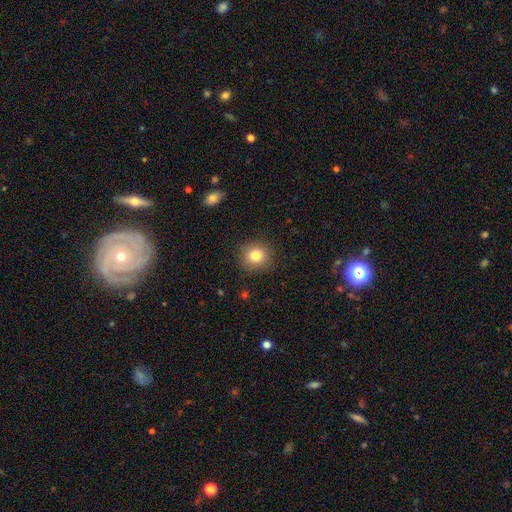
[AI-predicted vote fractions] Smooth or featured? smooth (81%)
How rounded? round (89%)
Merging? none (89%)